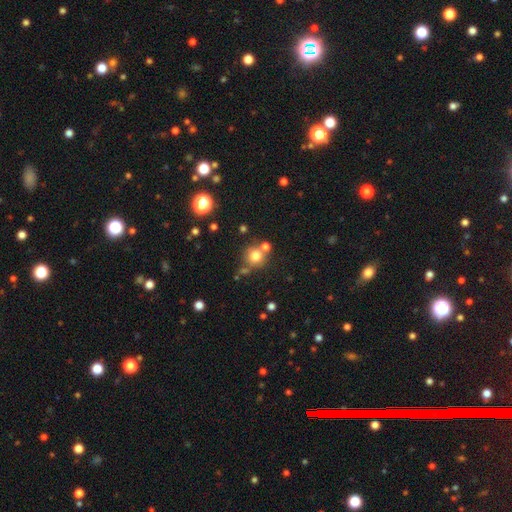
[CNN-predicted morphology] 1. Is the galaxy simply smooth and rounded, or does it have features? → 76% smooth, 14% star or artifact, 10% featured or disk.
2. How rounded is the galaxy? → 90% round, 9% in between, 1% cigar-shaped.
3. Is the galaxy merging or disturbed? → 65% none, 21% merger, 10% minor disturbance, 4% major disturbance.